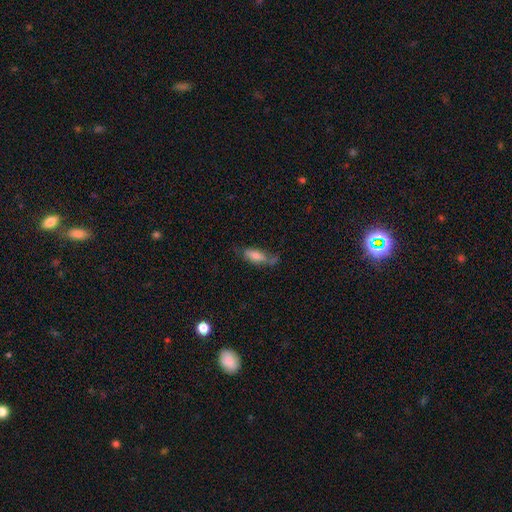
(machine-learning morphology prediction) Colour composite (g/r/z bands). It shows a smooth galaxy with no disk features (58%) that is in between round and cigar-shaped (66%). Merging: none (52%).